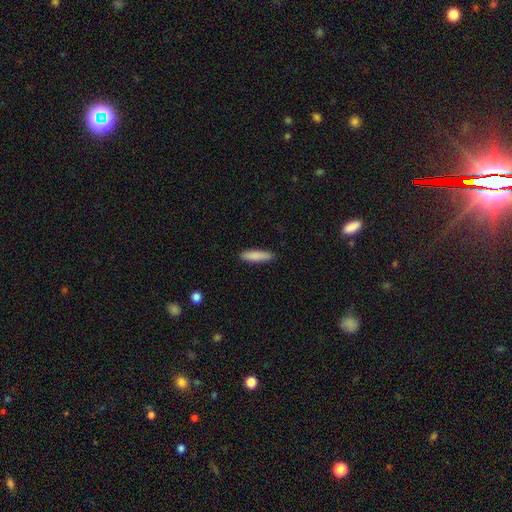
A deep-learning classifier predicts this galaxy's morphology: smooth 87%, featured or disk 7%, star or artifact 6%. Down the decision tree: how rounded — cigar-shaped (74%); merging — none (88%).